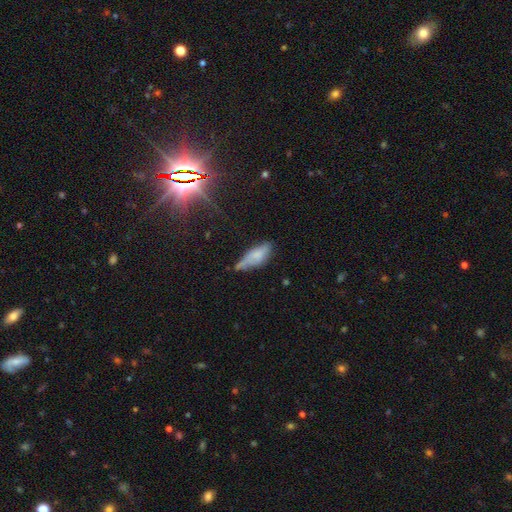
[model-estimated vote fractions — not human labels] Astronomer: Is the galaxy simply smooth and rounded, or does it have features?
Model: smooth — 65%.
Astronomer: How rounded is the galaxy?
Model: in between — 66%.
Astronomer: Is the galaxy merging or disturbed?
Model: none — 44% (runner-up: minor disturbance, 41%).